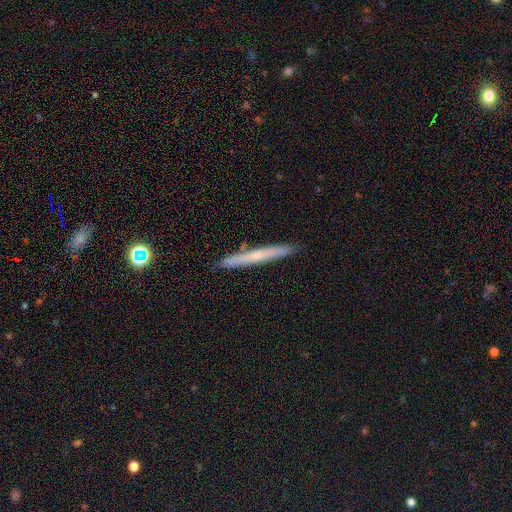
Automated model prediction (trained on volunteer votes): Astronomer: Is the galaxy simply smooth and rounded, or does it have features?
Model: smooth — 50% (runner-up: featured or disk, 43%).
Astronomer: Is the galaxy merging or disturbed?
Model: none — 89%.